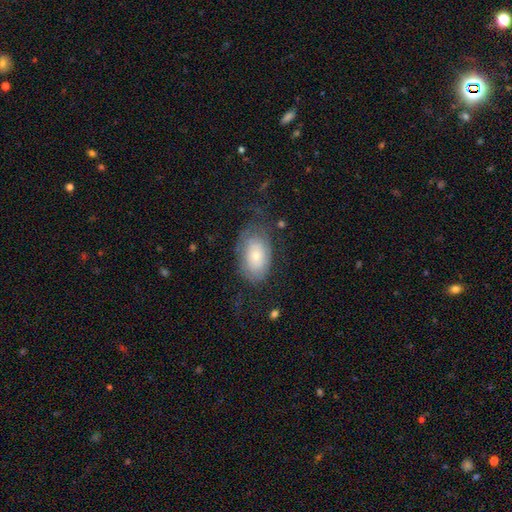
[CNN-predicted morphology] Smooth or featured?
  - smooth: 53% *
  - featured or disk: 39%
  - star or artifact: 9%
How rounded?
  - in between: 89% *
  - round: 10%
  - cigar-shaped: 1%
Merging?
  - none: 58% *
  - minor disturbance: 24%
  - major disturbance: 17%
  - merger: 1%